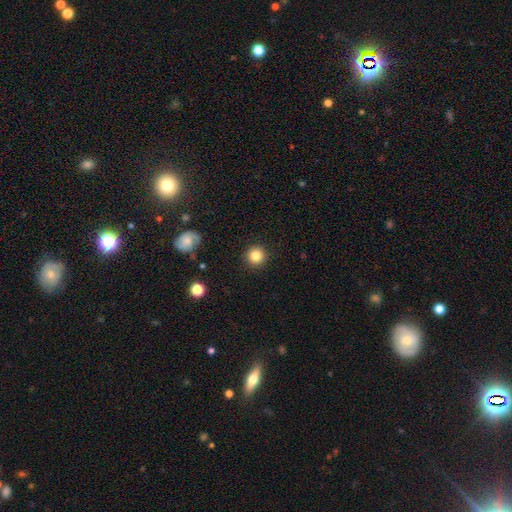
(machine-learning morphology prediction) A smooth galaxy with no disk features (84%) that is round (95%).

Vote fractions:
- Smooth or featured? smooth: 84% / star or artifact: 10% / featured or disk: 6%
- How rounded? round: 95% / in between: 4% / cigar-shaped: 1%
- Merging? none: 91% / minor disturbance: 6% / major disturbance: 2% / merger: 1%